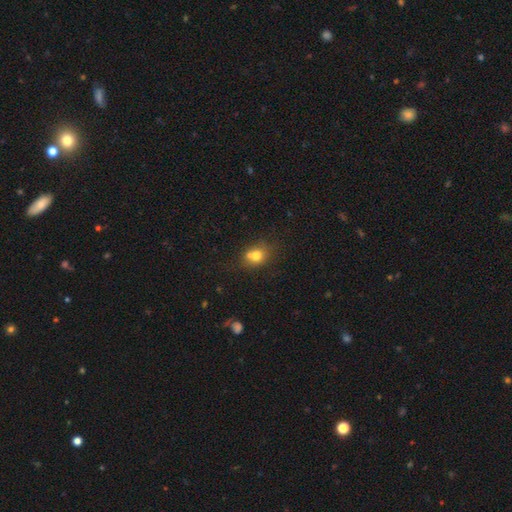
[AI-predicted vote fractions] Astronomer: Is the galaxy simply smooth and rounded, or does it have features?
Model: smooth — 73%.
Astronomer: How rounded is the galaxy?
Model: round — 62% (runner-up: in between, 37%).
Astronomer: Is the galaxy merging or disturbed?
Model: none — 46% (runner-up: merger, 37%).